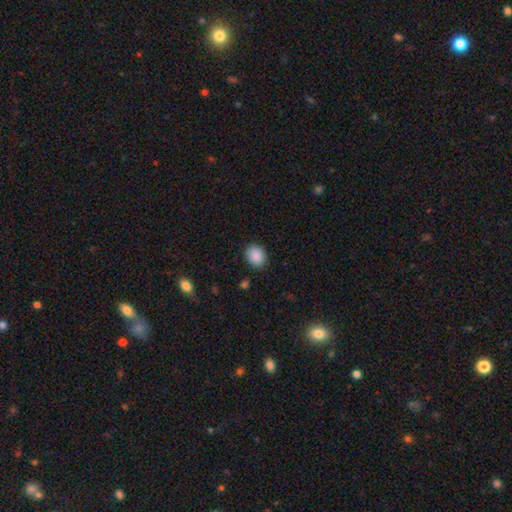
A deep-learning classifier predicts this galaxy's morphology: type=smooth (89%); roundness=in between (58%); merging=none (86%).